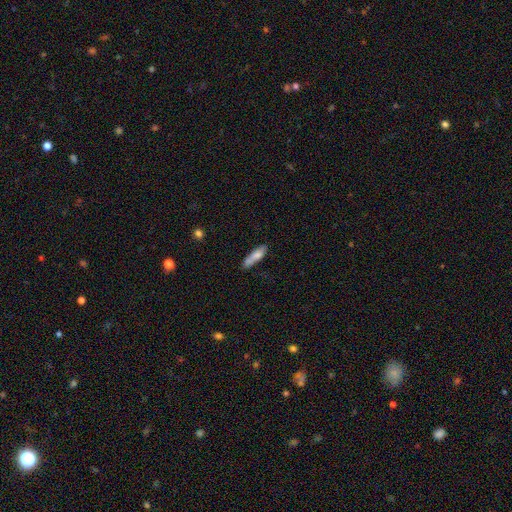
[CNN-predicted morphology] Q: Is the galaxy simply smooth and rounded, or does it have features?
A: smooth — 75%.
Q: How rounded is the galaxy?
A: cigar-shaped — 70%.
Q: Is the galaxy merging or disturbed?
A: none — 59%.